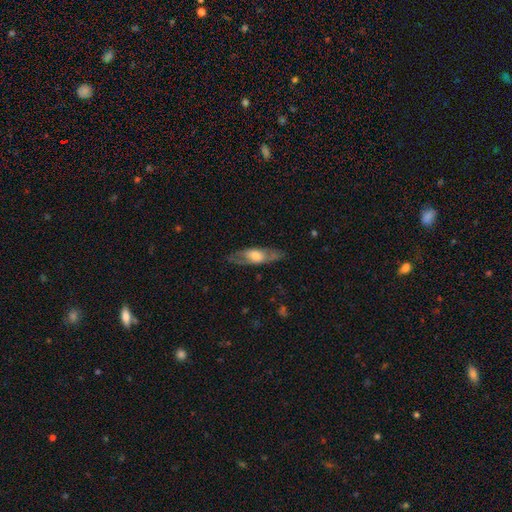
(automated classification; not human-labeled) The model was most divided on "smooth or featured": featured or disk: 51%, smooth: 43%, star or artifact: 6%. More confident: merging — none (76%); edge-on disk — no (55%).